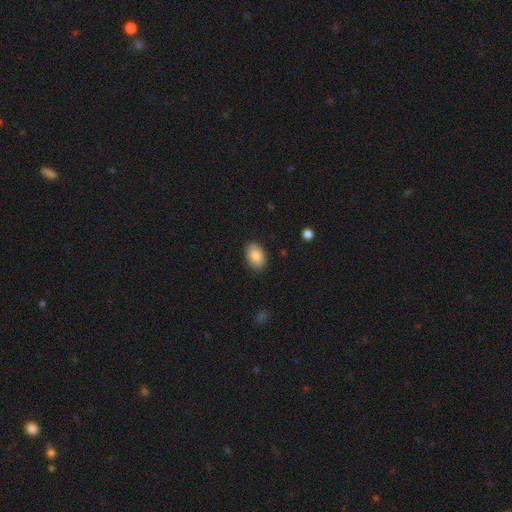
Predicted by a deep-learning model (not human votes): Smooth or featured? smooth (87%)
How rounded? in between (88%)
Merging? none (87%)